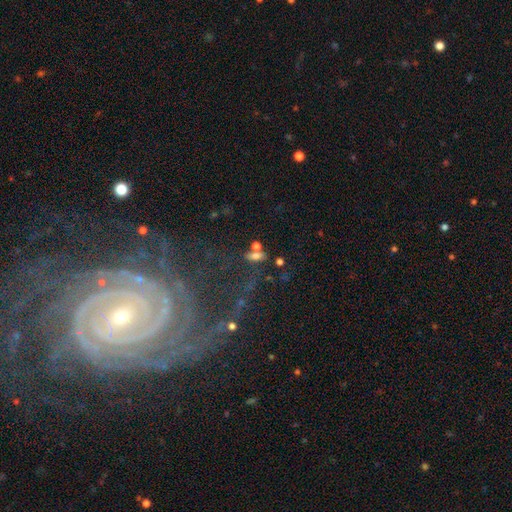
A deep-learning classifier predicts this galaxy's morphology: A smooth galaxy with no disk features (66%) that is in between round and cigar-shaped (75%). Merging: none (50%).